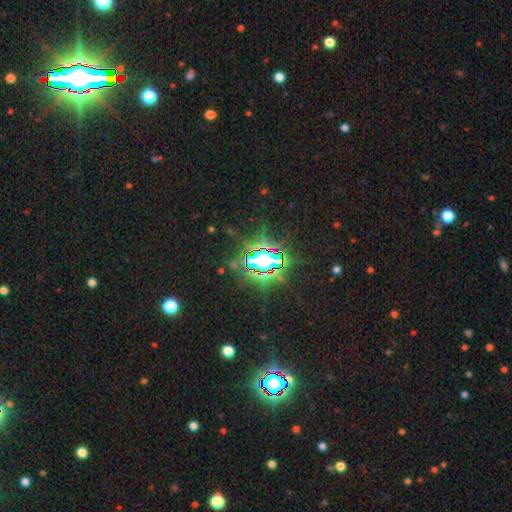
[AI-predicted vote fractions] Smooth or featured?
  - star or artifact: 81% *
  - smooth: 10%
  - featured or disk: 8%